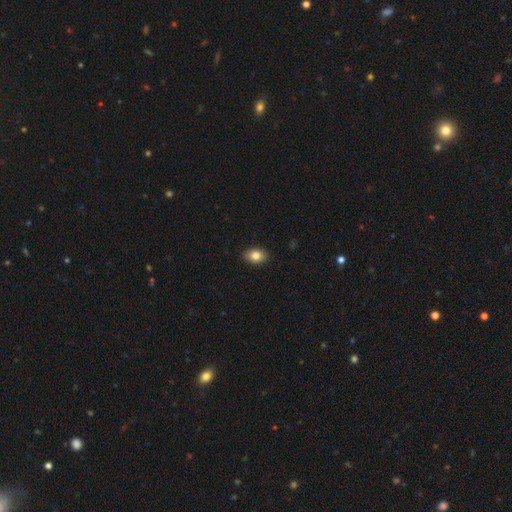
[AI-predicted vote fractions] Smooth or featured: smooth — 83% (star or artifact — 9%)
How rounded: in between — 77% (round — 22%)
Merging: none — 90% (minor disturbance — 8%)